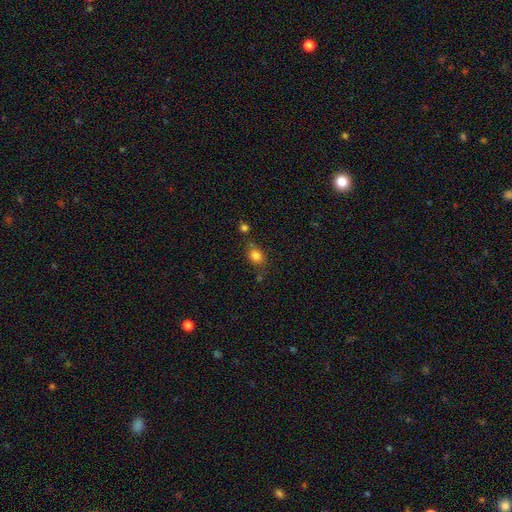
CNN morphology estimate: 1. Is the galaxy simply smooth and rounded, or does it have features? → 82% smooth, 11% star or artifact, 7% featured or disk.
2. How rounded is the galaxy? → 52% round, 46% in between, 2% cigar-shaped.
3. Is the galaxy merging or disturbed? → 66% none, 18% minor disturbance, 11% merger, 6% major disturbance.